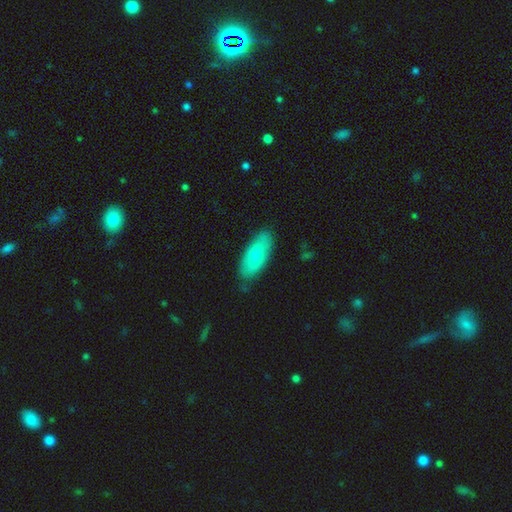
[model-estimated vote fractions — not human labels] This appears to be a smooth galaxy with no disk features (72%) that is in between round and cigar-shaped (81%). Merging: none (79%).